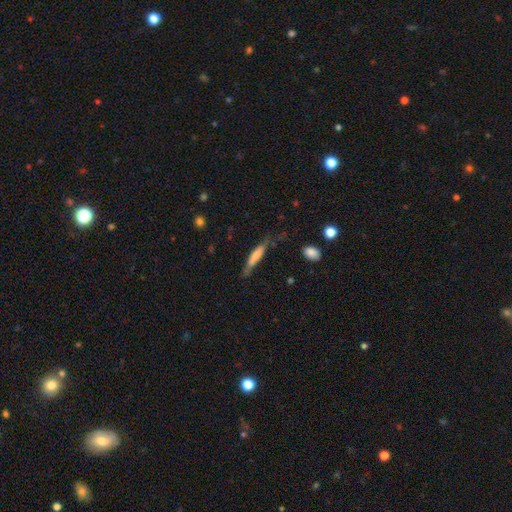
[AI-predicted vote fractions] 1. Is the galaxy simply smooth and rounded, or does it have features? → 61% smooth, 32% featured or disk, 7% star or artifact.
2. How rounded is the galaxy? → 84% cigar-shaped, 14% in between, 2% round.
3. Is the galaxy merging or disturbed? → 58% none, 28% minor disturbance, 11% major disturbance, 4% merger.